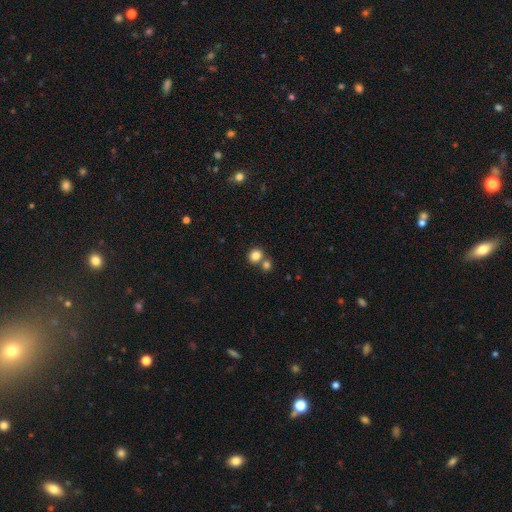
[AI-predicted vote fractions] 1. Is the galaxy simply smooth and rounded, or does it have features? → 83% smooth, 11% star or artifact, 6% featured or disk.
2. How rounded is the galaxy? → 79% round, 20% in between, 1% cigar-shaped.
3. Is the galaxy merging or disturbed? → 60% none, 30% merger, 7% minor disturbance, 3% major disturbance.